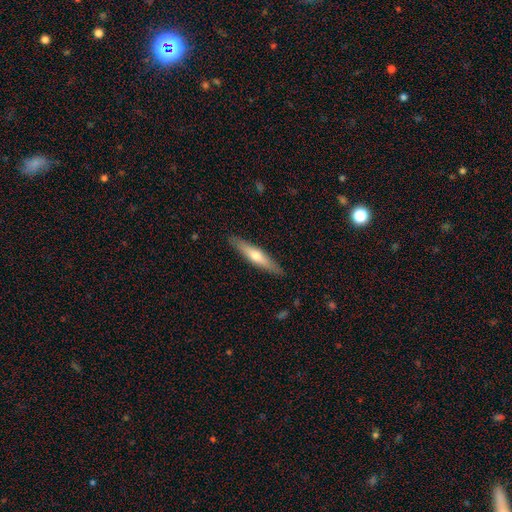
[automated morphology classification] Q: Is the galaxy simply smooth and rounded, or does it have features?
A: smooth — 50%.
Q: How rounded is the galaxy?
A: cigar-shaped — 86%.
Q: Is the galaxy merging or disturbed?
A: none — 89%.